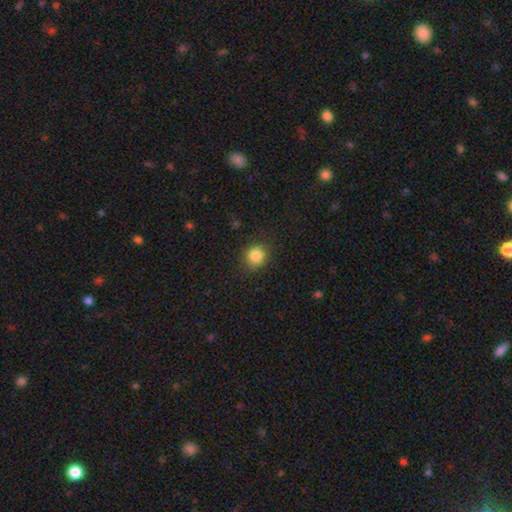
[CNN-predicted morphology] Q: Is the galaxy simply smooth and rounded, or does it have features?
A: smooth — 85%.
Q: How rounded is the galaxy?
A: round — 86%.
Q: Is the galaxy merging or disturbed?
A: none — 88%.